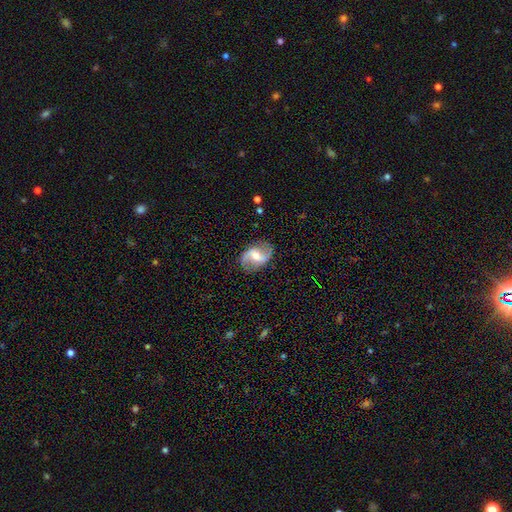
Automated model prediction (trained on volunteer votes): Smooth or featured: featured or disk — 80% (smooth — 14%)
Edge-on disk: no — 97% (yes — 3%)
Bar: weak — 46% (no — 28%)
Spiral arms: yes — 92% (no — 8%)
Spiral winding: loose — 61% (medium — 30%)
Spiral arm count: 2 — 92% (can't tell — 3%)
Bulge size: moderate — 56% (small — 36%)
Merging: none — 82% (minor disturbance — 13%)